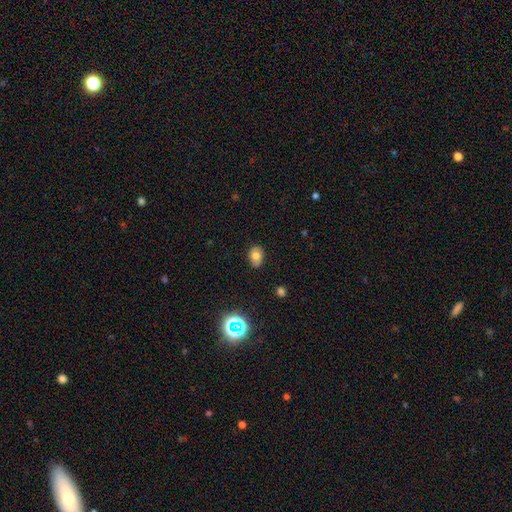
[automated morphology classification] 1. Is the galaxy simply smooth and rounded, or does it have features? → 74% smooth, 13% star or artifact, 13% featured or disk.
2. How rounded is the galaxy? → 72% in between, 27% round, 1% cigar-shaped.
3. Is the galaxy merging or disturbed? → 76% none, 19% minor disturbance, 3% major disturbance, 2% merger.